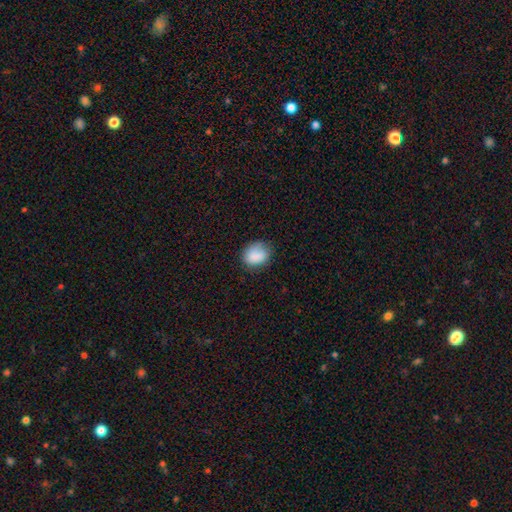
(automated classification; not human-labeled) Smooth or featured? smooth (85%)
How rounded? round (54%)
Merging? none (72%)